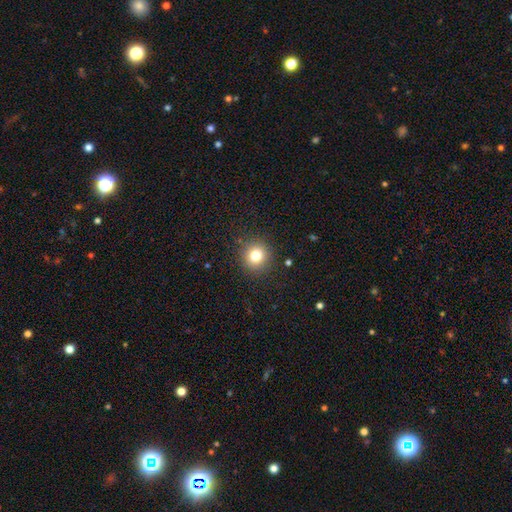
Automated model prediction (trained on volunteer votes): Smooth or featured? Predicted: smooth (p=0.79). How rounded? Predicted: round (p=0.92). Merging? Predicted: none (p=0.90).